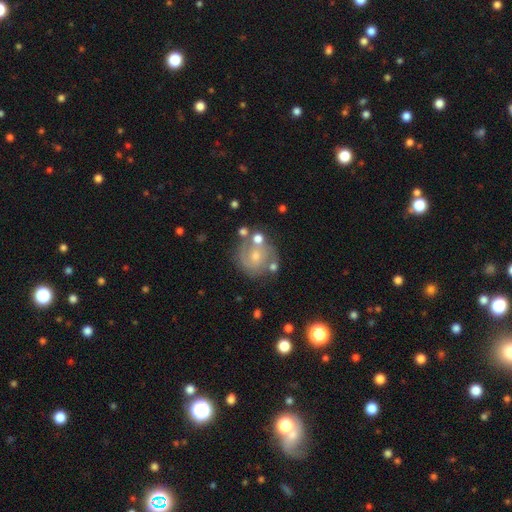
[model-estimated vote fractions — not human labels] smooth-or-featured: featured or disk: 62% | smooth: 26% | star or artifact: 12%
  disk-edge-on: no: 97% | yes: 3%
    bar: no: 70% | weak: 25% | strong: 5%
    has-spiral-arms: yes: 77% | no: 23%
    bulge-size: small: 57% | moderate: 38% | none: 3% | large: 2% | dominant: 1%
  merging: none: 66% | minor disturbance: 17% | merger: 10% | major disturbance: 7%